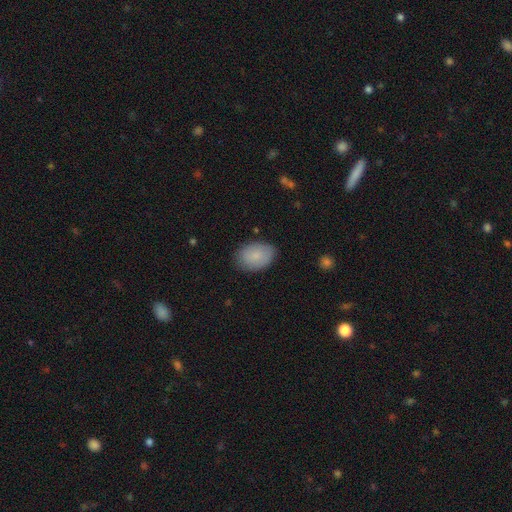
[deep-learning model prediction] This is clearly a smooth galaxy (84%). How rounded: clearly in between (85%). Merging: clearly none (83%).